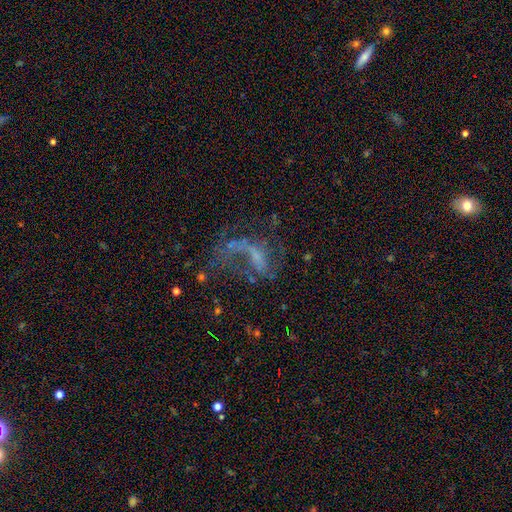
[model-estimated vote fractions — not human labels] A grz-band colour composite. It shows a featured or disk galaxy (64%) with no bar (50%), spiral arms (58%) and no central bulge (53%). Merging: major disturbance (48%).